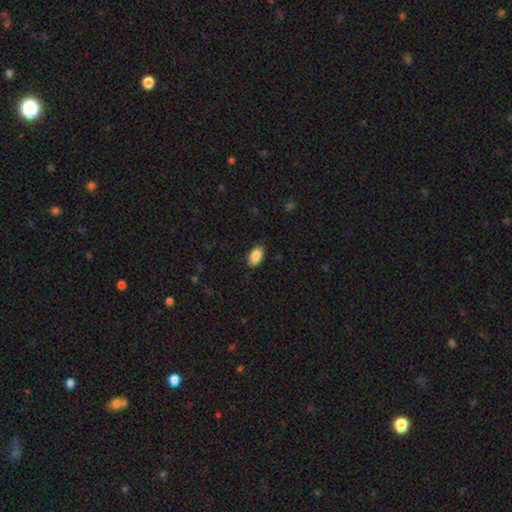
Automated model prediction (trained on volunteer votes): This is clearly a smooth galaxy (89%). How rounded: clearly in between (93%). Merging: clearly none (87%).